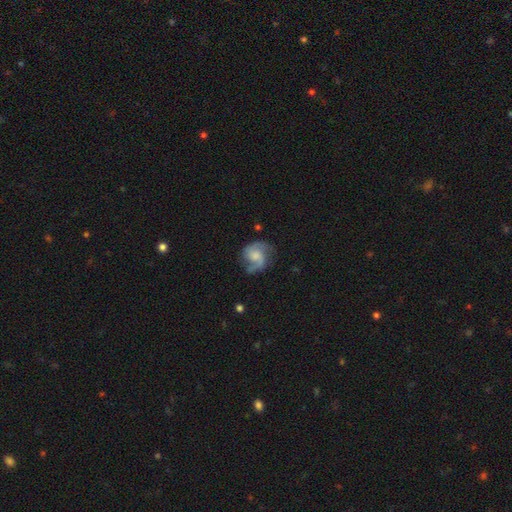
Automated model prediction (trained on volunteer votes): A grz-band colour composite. It shows a featured or disk galaxy (72%) with no bar (61%), 2 (78%) medium (49%) spiral arms (93%) and a moderate central bulge (34%). Merging: none (61%).